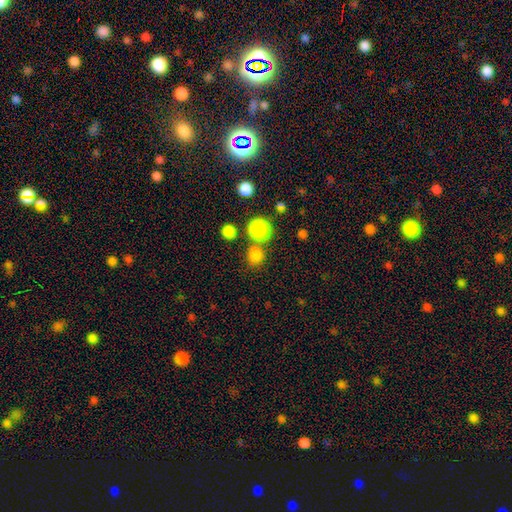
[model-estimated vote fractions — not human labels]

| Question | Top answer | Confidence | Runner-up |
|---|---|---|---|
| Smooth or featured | smooth | 76% | star or artifact (19%) |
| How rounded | round | 82% | in between (17%) |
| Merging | none | 73% | merger (14%) |